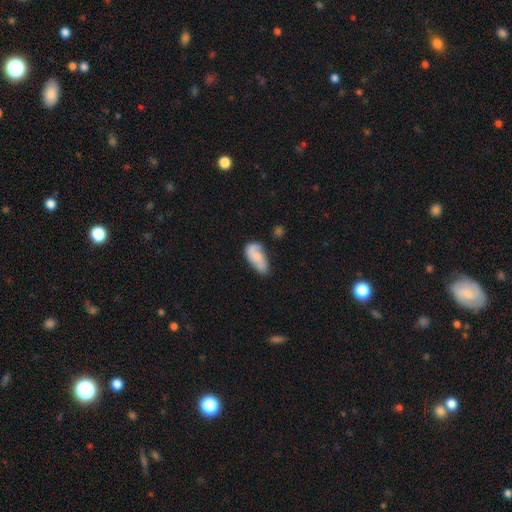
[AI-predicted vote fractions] Q: Smooth or featured?
A: smooth (62%); runner-up: featured or disk (31%)
Q: How rounded?
A: in between (88%); runner-up: cigar-shaped (8%)
Q: Merging?
A: none (43%); runner-up: minor disturbance (33%)